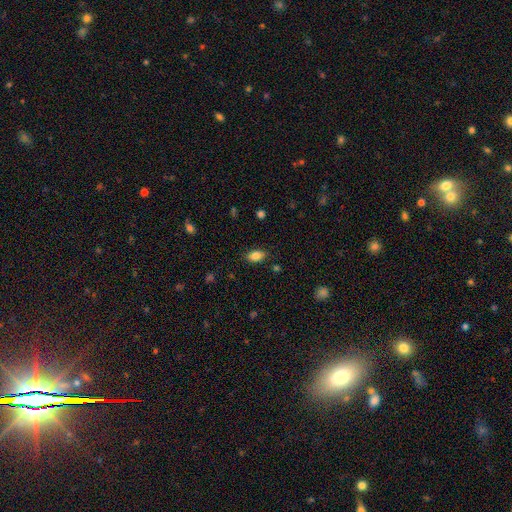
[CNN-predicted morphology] type=smooth (85%); roundness=in between (90%); merging=none (85%).